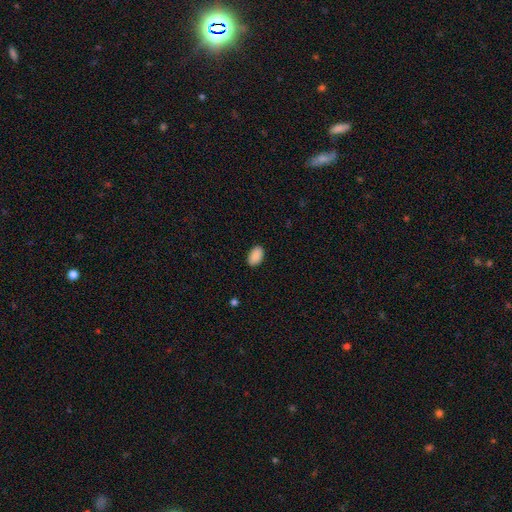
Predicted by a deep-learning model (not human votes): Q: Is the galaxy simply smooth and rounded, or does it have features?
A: smooth — 90%.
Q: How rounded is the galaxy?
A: in between — 93%.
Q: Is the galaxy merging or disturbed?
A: none — 88%.